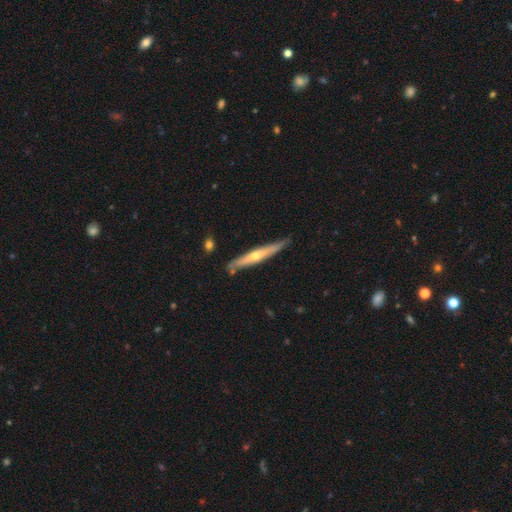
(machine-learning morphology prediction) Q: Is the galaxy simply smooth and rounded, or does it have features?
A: featured or disk — 62%.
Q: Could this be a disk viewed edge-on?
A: yes — 94%.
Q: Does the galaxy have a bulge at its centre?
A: rounded — 80%.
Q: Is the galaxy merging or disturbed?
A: none — 82%.